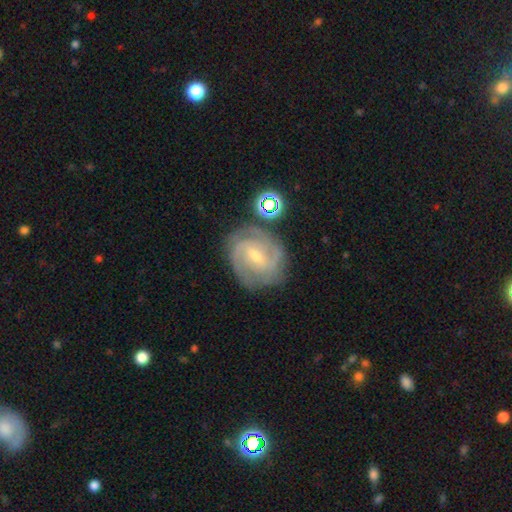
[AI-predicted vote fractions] A featured or disk galaxy (85%) with a weak bar (54%), 2 (34%) tight (55%) spiral arms (96%) and a small central bulge (63%).

Vote fractions:
- Smooth or featured? featured or disk: 85% / smooth: 9% / star or artifact: 7%
- Edge-on disk? no: 97% / yes: 3%
- Bar? weak: 54% / no: 24% / strong: 22%
- Spiral arms? yes: 96% / no: 4%
- Spiral winding? tight: 55% / medium: 38% / loose: 7%
- Spiral arm count? 2: 34% / 3: 29% / can't tell: 19% / 4: 10% / 1: 4% / more than 4: 4%
- Bulge size? small: 63% / moderate: 34% / none: 1% / large: 1% / dominant: 1%
- Merging? none: 73% / minor disturbance: 16% / major disturbance: 6% / merger: 5%